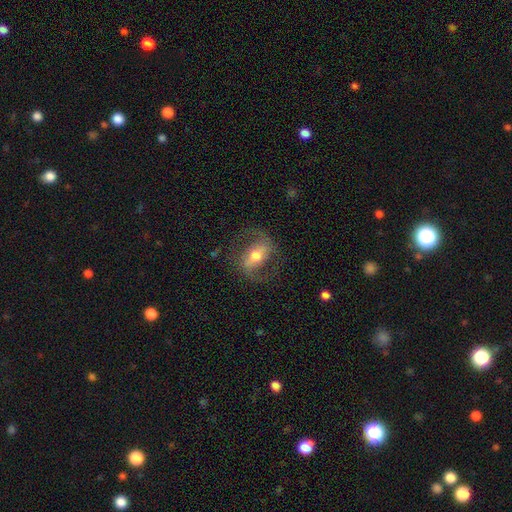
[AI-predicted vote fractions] A featured or disk galaxy (76%) with a strong bar (45%), 2 (90%) medium (52%) spiral arms (86%) and a moderate central bulge (70%). Merging: none (74%).